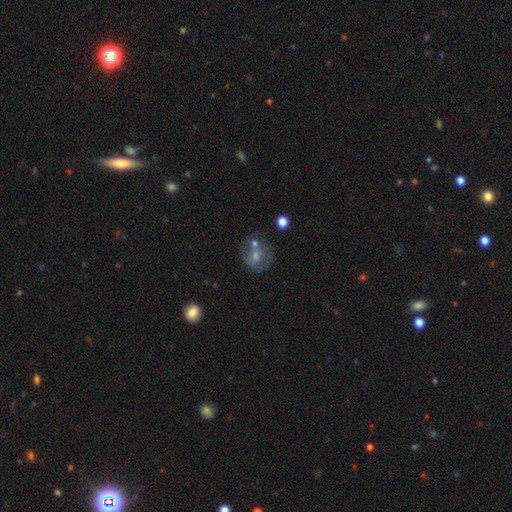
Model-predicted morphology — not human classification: Q: Smooth or featured?
A: featured or disk (43%); runner-up: smooth (40%)
Q: Merging?
A: none (56%); runner-up: merger (19%)